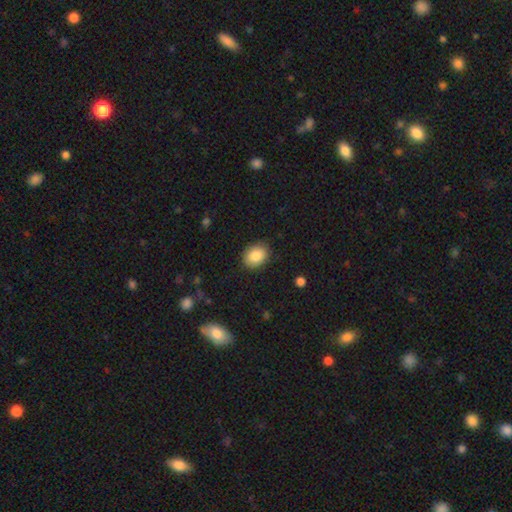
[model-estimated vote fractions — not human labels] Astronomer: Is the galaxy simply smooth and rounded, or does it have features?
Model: smooth — 86%.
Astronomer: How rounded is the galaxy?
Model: in between — 65%.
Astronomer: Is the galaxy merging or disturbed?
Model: none — 87%.